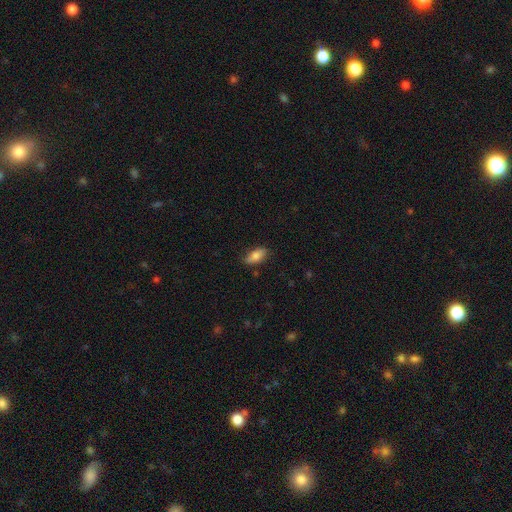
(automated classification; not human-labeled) Smooth or featured: smooth — 78% (featured or disk — 16%)
How rounded: in between — 86% (cigar-shaped — 11%)
Merging: none — 81% (minor disturbance — 15%)